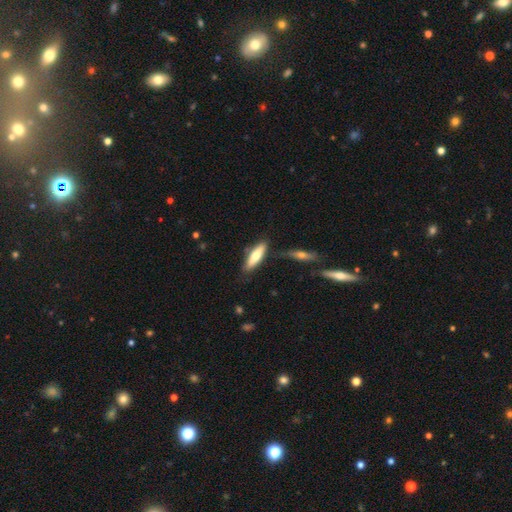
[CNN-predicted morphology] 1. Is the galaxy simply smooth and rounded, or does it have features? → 67% smooth, 28% featured or disk, 5% star or artifact.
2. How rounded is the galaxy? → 61% cigar-shaped, 37% in between, 2% round.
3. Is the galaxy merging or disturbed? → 75% none, 14% minor disturbance, 7% merger, 3% major disturbance.